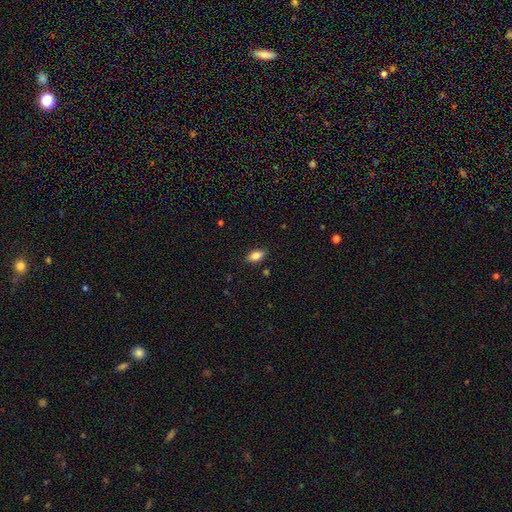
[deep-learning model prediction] This is clearly a smooth galaxy (84%). How rounded: clearly in between (90%). Merging: clearly none (87%).